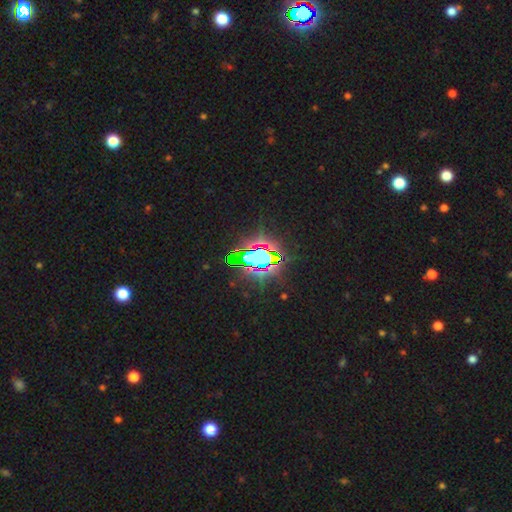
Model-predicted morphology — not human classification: smooth_or_featured: star or artifact (p=0.75) [alt: featured or disk p=0.12]